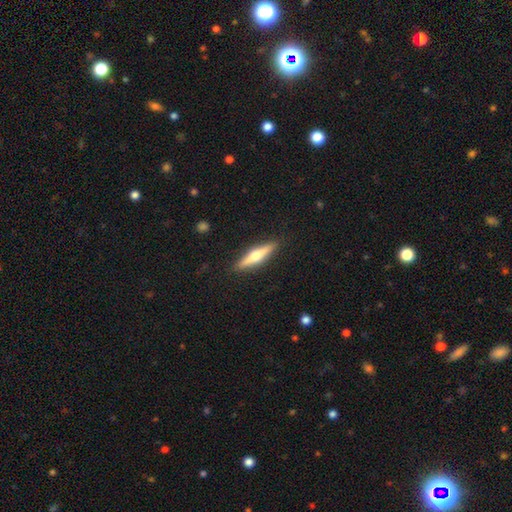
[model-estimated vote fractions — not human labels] Smooth or featured? featured or disk (59%)
Edge-on disk? yes (96%)
Edge-on bulge? rounded (93%)
Merging? none (90%)